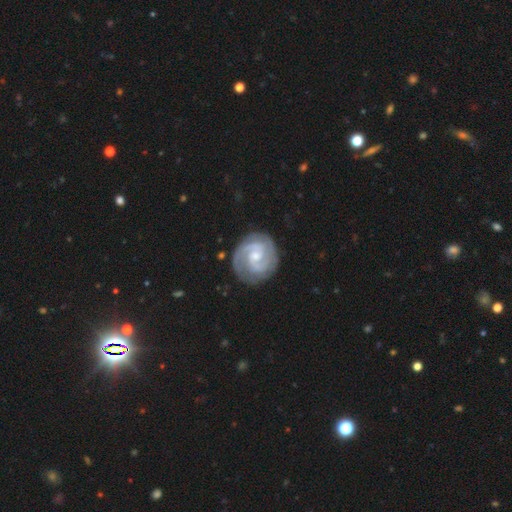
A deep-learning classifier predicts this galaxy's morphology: smooth_or_featured: featured or disk (p=0.88) [alt: smooth p=0.08]
disk_edge_on: no (p=0.98) [alt: yes p=0.02]
bar: no (p=0.49) [alt: weak p=0.42]
has_spiral_arms: yes (p=0.97) [alt: no p=0.03]
spiral_winding: tight (p=0.62) [alt: medium p=0.33]
spiral_arm_count: 2 (p=0.70) [alt: 3 p=0.13]
bulge_size: small (p=0.49) [alt: moderate p=0.43]
merging: none (p=0.80) [alt: minor disturbance p=0.14]